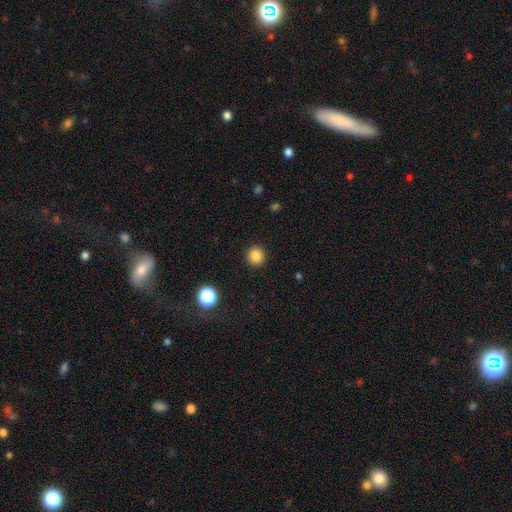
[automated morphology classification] smooth-or-featured: smooth: 85% | star or artifact: 11% | featured or disk: 4%
  how-rounded: round: 93% | in between: 6% | cigar-shaped: 1%
  merging: none: 92% | minor disturbance: 5% | major disturbance: 2% | merger: 1%